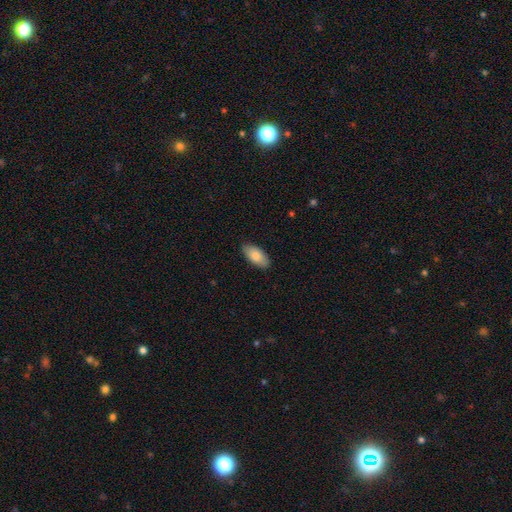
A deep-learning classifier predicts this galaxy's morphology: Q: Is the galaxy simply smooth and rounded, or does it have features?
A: smooth — 83%.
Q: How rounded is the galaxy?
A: in between — 93%.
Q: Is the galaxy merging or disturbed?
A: none — 88%.